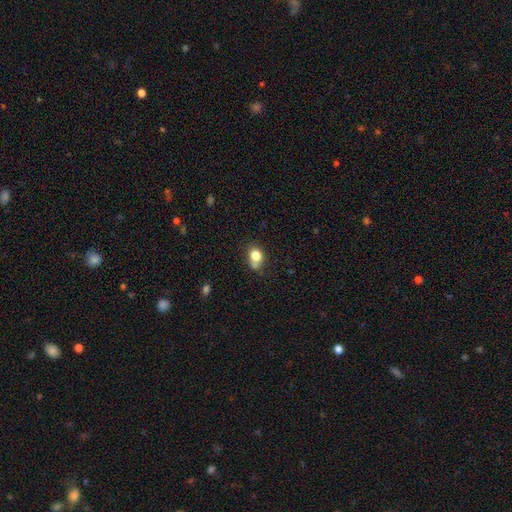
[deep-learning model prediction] Overall: smooth (79%). How rounded: round (57%; in between 42%). Merging: none (56%; minor disturbance 21%).